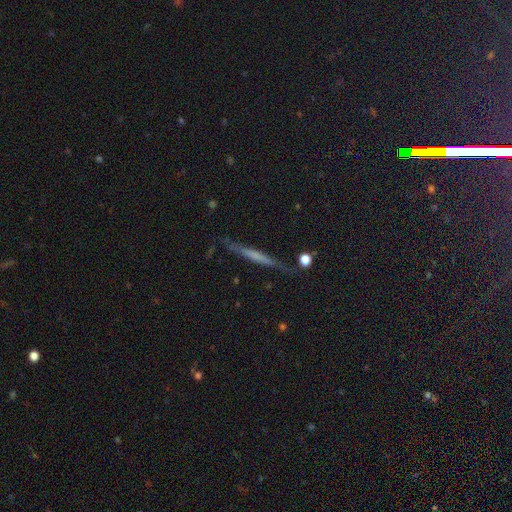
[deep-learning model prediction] This is possibly a featured or disk galaxy (54%). It is clearly viewed edge-on (94%). Edge-on bulge: likely none (67%). Merging: clearly none (80%).